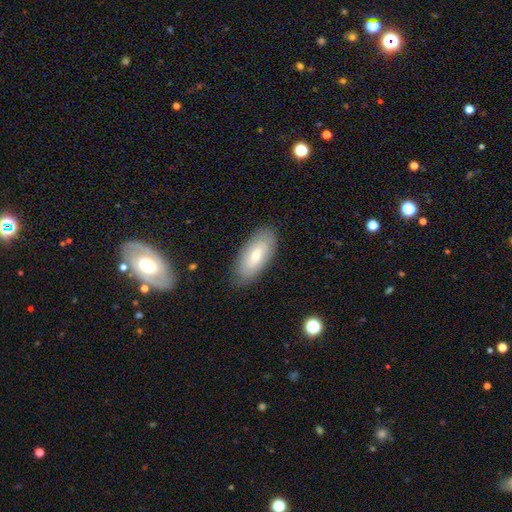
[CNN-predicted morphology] Q: Smooth or featured?
A: smooth (63%); runner-up: featured or disk (30%)
Q: How rounded?
A: in between (90%); runner-up: cigar-shaped (7%)
Q: Merging?
A: none (84%); runner-up: minor disturbance (12%)